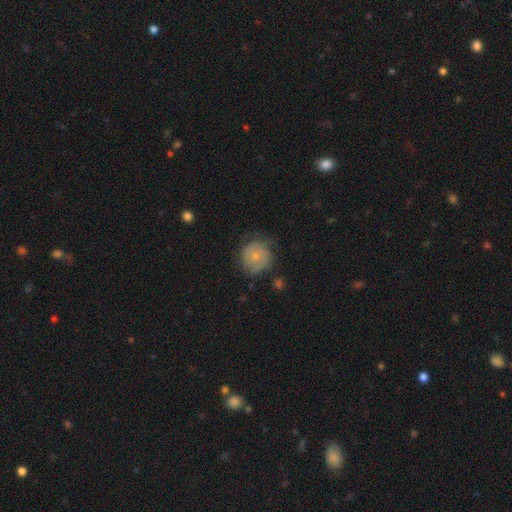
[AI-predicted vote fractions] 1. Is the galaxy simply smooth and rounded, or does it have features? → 53% smooth, 40% featured or disk, 7% star or artifact.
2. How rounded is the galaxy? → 87% round, 12% in between, 1% cigar-shaped.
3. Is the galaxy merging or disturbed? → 61% none, 27% minor disturbance, 10% major disturbance, 2% merger.